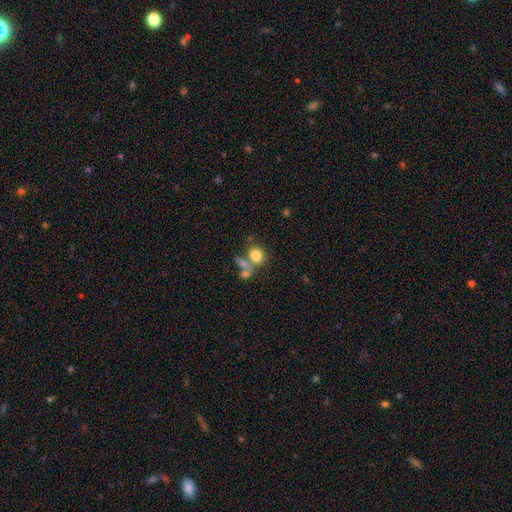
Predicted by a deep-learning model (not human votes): This is likely a smooth galaxy (79%). How rounded: possibly round (55%). Merging: marginally none (44%).